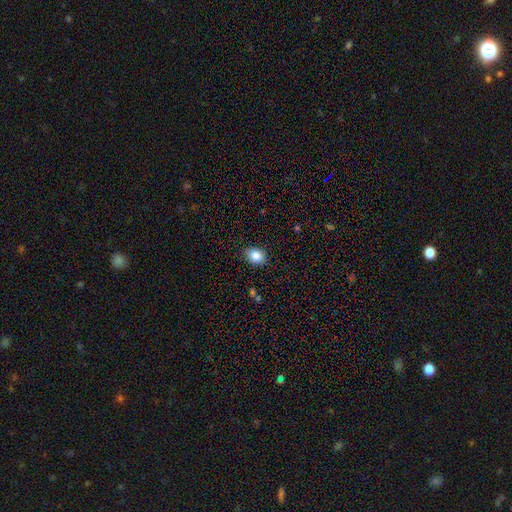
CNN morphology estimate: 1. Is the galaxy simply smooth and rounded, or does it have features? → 86% smooth, 9% star or artifact, 5% featured or disk.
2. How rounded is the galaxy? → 55% in between, 44% round, 1% cigar-shaped.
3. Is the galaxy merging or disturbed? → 89% none, 8% minor disturbance, 2% major disturbance, 1% merger.